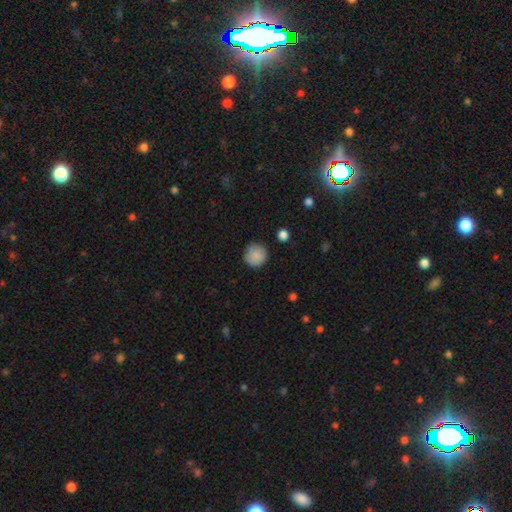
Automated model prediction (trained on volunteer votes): Q: Smooth or featured?
A: smooth (87%); runner-up: star or artifact (8%)
Q: How rounded?
A: round (94%); runner-up: in between (5%)
Q: Merging?
A: none (86%); runner-up: minor disturbance (10%)